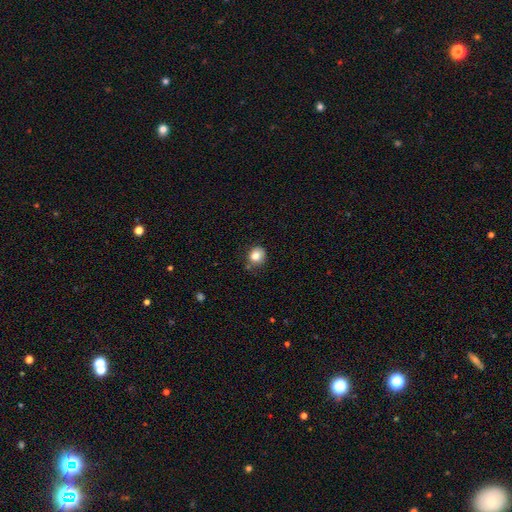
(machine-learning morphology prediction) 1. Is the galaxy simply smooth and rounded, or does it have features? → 83% smooth, 10% star or artifact, 7% featured or disk.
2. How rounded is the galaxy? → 77% round, 22% in between, 1% cigar-shaped.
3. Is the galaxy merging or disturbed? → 74% none, 18% minor disturbance, 4% merger, 4% major disturbance.